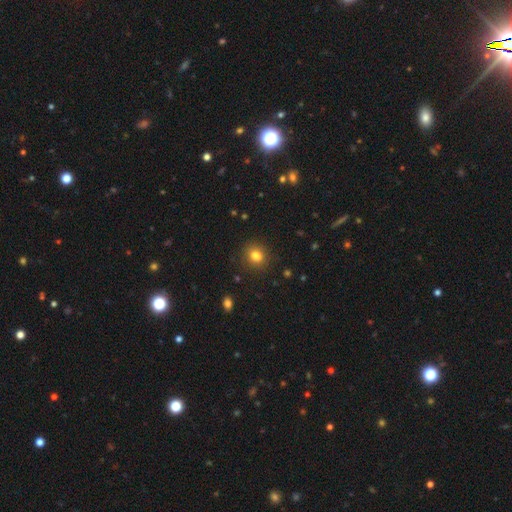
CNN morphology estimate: Q: Smooth or featured?
A: smooth (81%); runner-up: star or artifact (12%)
Q: How rounded?
A: round (76%); runner-up: in between (23%)
Q: Merging?
A: none (89%); runner-up: minor disturbance (7%)